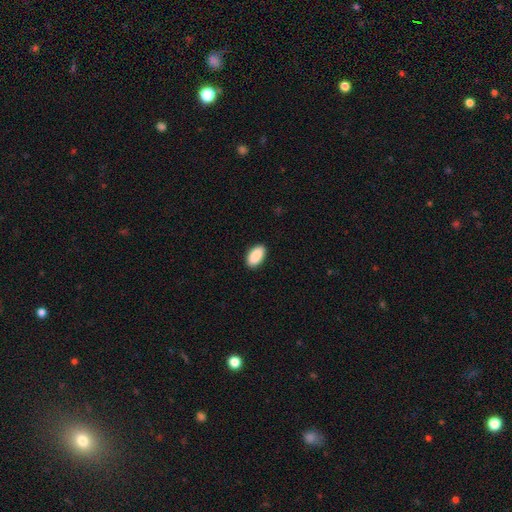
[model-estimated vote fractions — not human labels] This is clearly a smooth galaxy (91%). How rounded: clearly in between (94%). Merging: clearly none (89%).